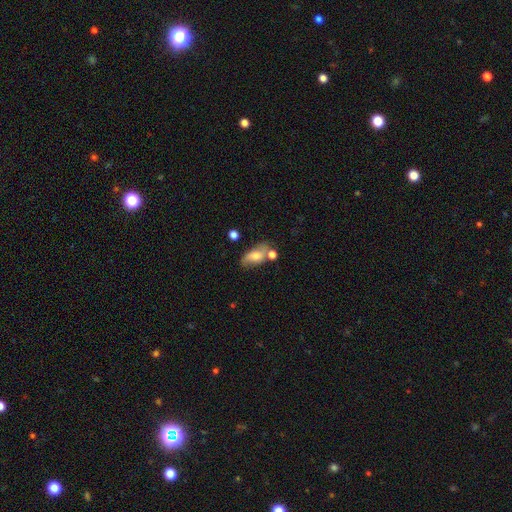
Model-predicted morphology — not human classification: Smooth or featured? smooth (58%)
How rounded? in between (85%)
Merging? none (50%)